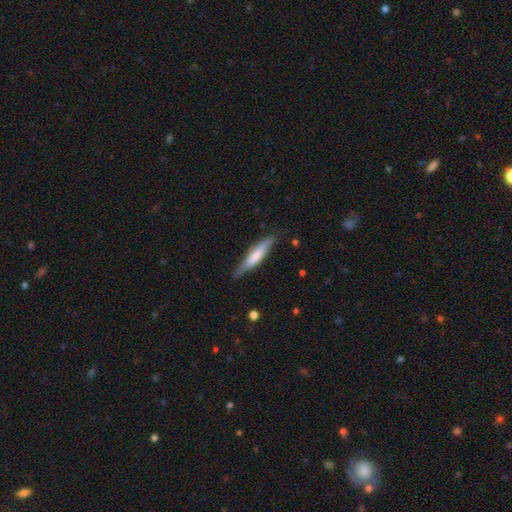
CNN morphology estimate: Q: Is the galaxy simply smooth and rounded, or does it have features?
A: smooth — 56%.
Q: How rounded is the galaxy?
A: cigar-shaped — 86%.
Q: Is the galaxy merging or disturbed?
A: none — 77%.